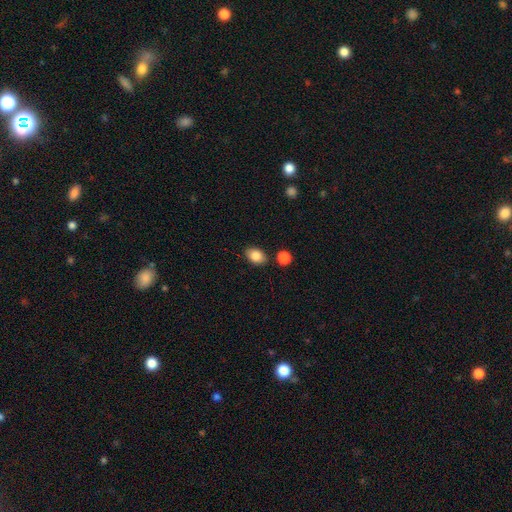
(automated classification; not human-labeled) This is clearly a smooth galaxy (85%). How rounded: likely in between (79%). Merging: clearly none (82%).